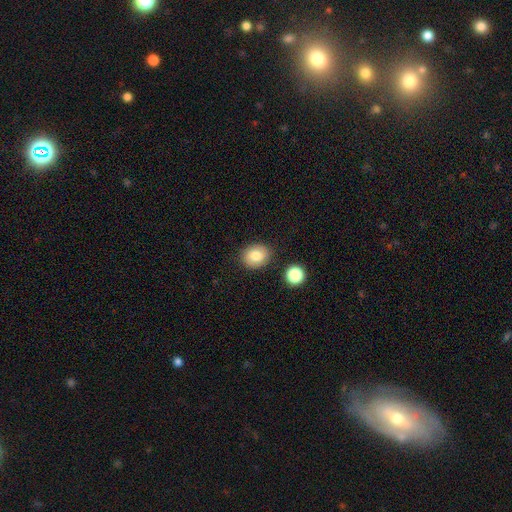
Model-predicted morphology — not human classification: Smooth or featured?
  - smooth: 80% *
  - featured or disk: 11%
  - star or artifact: 10%
How rounded?
  - round: 61% *
  - in between: 38%
  - cigar-shaped: 1%
Merging?
  - none: 84% *
  - minor disturbance: 10%
  - merger: 3%
  - major disturbance: 3%